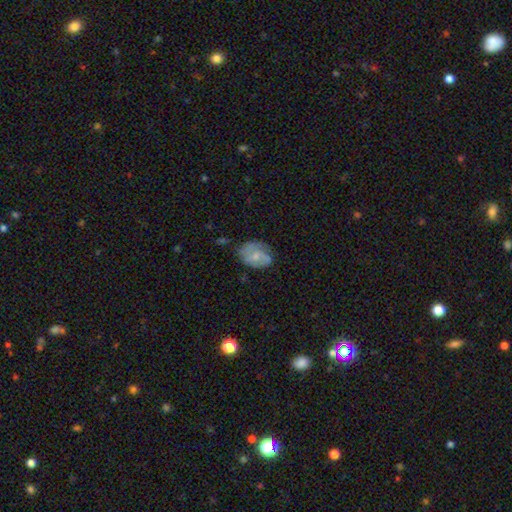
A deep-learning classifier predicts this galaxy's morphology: The model was most divided on "smooth or featured": featured or disk: 51%, smooth: 42%, star or artifact: 7%. More confident: edge-on disk — no (97%); merging — none (59%).